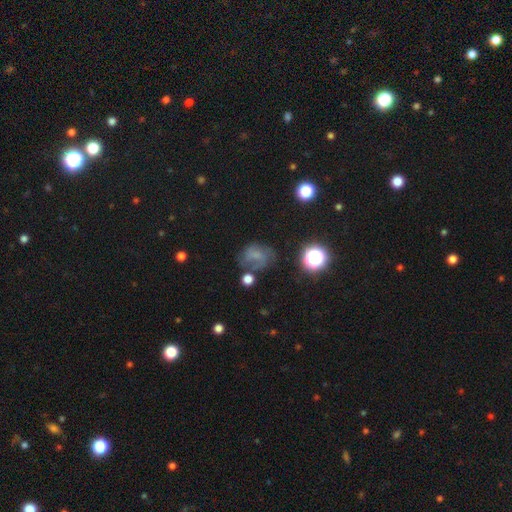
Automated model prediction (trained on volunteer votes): Morphology: type=smooth (39%, tied with featured or disk); merging=none (44%).